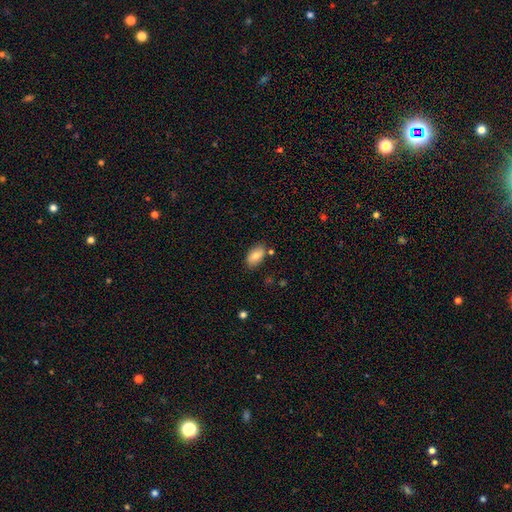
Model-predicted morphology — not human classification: smooth 82%, featured or disk 11%, star or artifact 7%. Down the decision tree: how rounded — in between (93%); merging — none (79%).